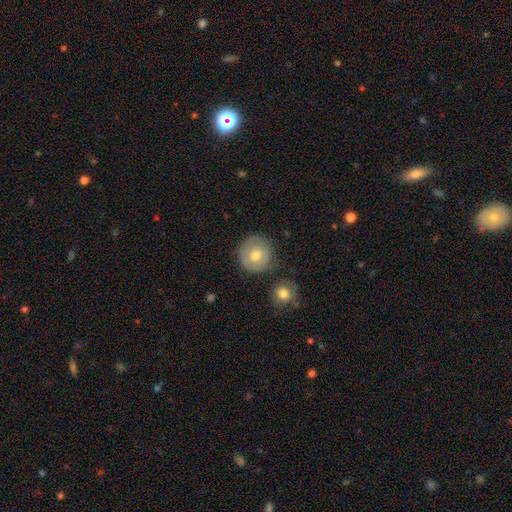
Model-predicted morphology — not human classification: The model was most divided on "smooth or featured": smooth: 67%, featured or disk: 25%, star or artifact: 8%. More confident: how rounded — round (92%); merging — none (76%).